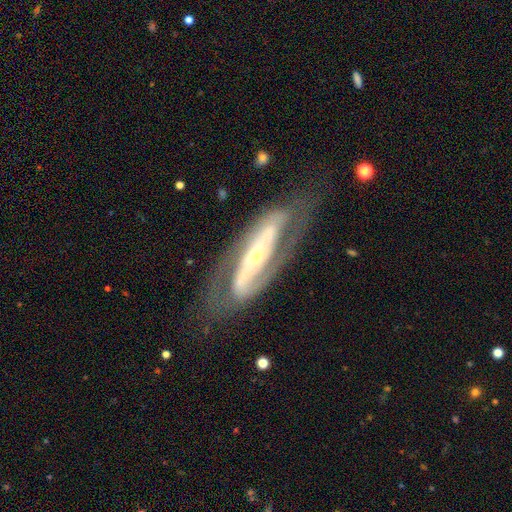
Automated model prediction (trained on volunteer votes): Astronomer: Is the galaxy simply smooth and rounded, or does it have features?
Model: featured or disk — 83%.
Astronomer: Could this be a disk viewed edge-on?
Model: no — 85%.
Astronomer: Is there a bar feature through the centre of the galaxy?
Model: strong — 47% (runner-up: no, 34%).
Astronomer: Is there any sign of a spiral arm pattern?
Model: yes — 83%.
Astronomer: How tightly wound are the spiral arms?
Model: medium — 41% (runner-up: tight, 39%).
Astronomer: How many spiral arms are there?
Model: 2 — 80%.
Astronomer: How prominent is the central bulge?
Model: small — 69%.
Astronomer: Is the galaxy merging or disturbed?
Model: none — 67%.